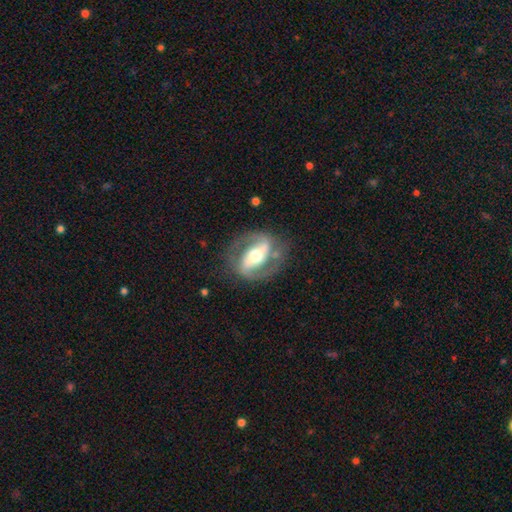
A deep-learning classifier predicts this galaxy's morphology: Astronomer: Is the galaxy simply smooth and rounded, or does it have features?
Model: featured or disk — 82%.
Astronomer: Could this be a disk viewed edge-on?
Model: no — 96%.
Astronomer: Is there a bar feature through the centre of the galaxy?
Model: strong — 47% (runner-up: weak, 28%).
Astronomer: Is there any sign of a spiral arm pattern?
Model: yes — 85%.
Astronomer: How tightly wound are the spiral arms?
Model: medium — 52%.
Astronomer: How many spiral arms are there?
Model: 2 — 89%.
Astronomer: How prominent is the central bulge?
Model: moderate — 65%.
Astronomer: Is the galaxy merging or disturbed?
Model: none — 74%.